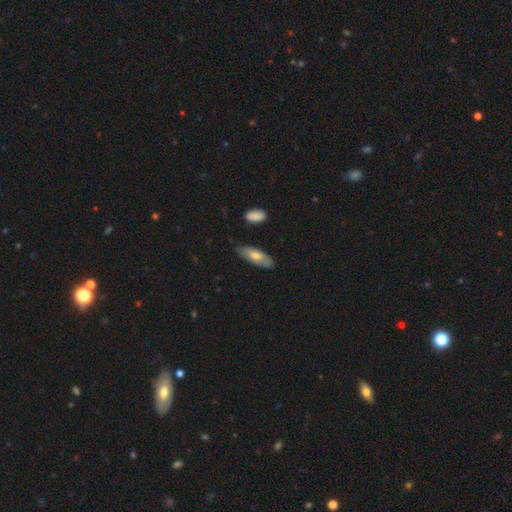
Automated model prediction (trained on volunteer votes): This appears to be a smooth galaxy with no disk features (65%) that is in between round and cigar-shaped (69%). Merging: none (78%).